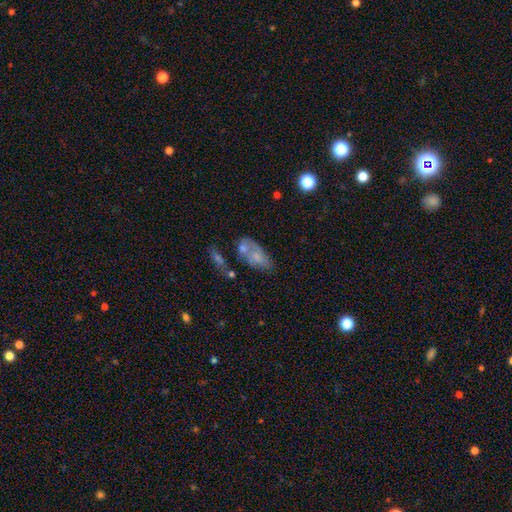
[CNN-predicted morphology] A smooth galaxy with no disk features (54%) that is in between round and cigar-shaped (87%).

Vote fractions:
- Smooth or featured? smooth: 54% / featured or disk: 35% / star or artifact: 11%
- How rounded? in between: 87% / round: 6% / cigar-shaped: 6%
- Merging? none: 35% / merger: 34% / minor disturbance: 19% / major disturbance: 12%